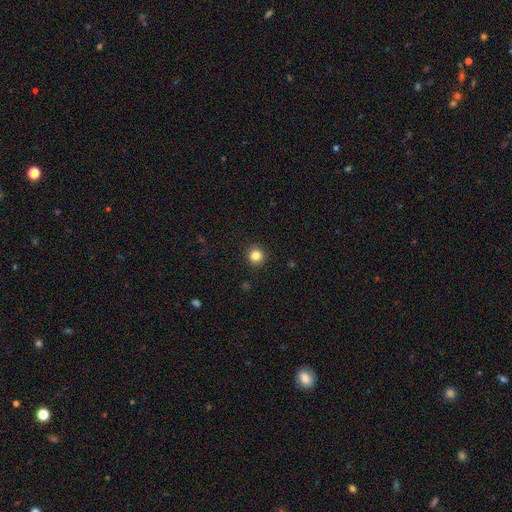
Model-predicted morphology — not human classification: Q: Smooth or featured?
A: smooth (83%); runner-up: star or artifact (12%)
Q: How rounded?
A: round (94%); runner-up: in between (5%)
Q: Merging?
A: none (92%); runner-up: minor disturbance (5%)